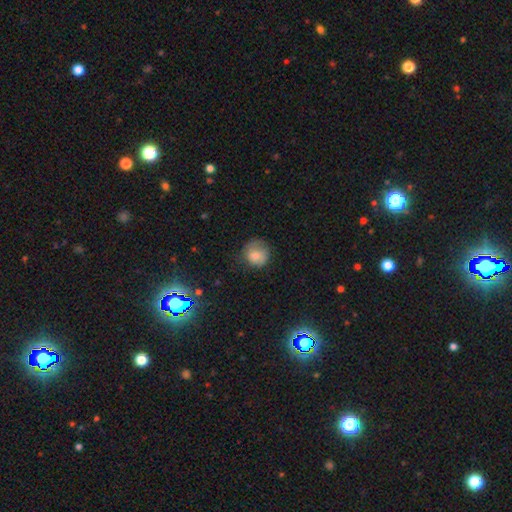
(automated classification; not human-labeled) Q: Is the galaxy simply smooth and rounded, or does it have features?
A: smooth — 80%.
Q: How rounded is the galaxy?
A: round — 81%.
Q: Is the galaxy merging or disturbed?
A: none — 57%.